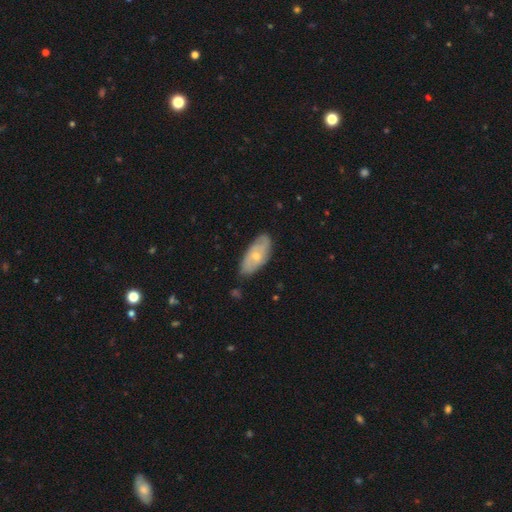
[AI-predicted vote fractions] This appears to be a smooth galaxy with no disk features (49%). Merging: none (72%).